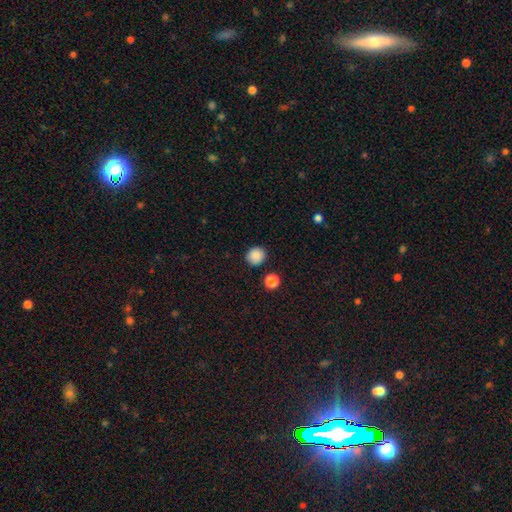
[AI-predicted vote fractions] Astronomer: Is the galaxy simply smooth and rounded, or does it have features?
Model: smooth — 87%.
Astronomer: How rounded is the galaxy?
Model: round — 88%.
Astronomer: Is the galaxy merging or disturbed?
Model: none — 87%.